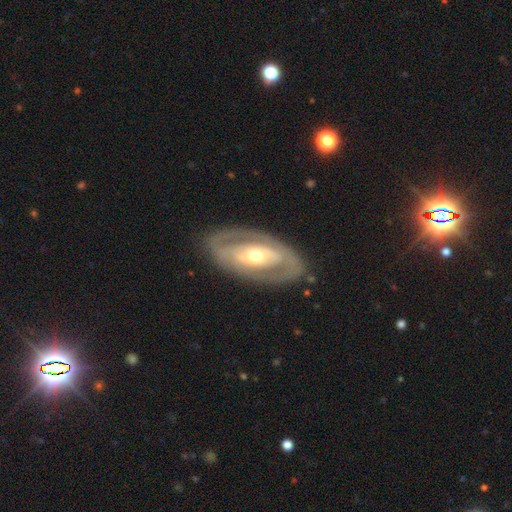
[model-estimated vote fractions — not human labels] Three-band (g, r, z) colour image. It shows a featured or disk galaxy (77%) with no bar (52%), no spiral arms (50%, tied with yes) and a moderate central bulge (60%). Merging: none (81%).